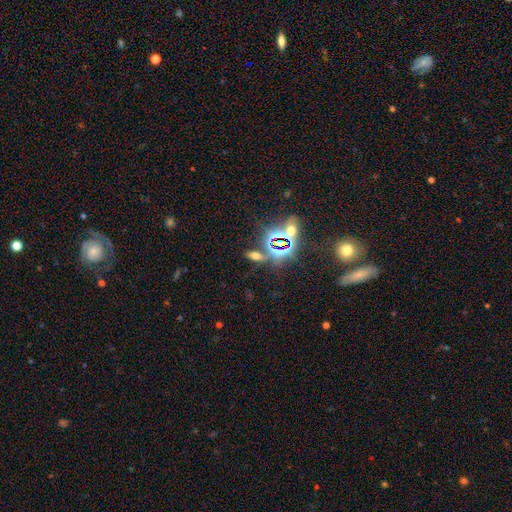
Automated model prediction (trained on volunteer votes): A star or artifact, not a galaxy (47%).

Vote fractions:
- Smooth or featured? star or artifact: 47% / smooth: 36% / featured or disk: 17%